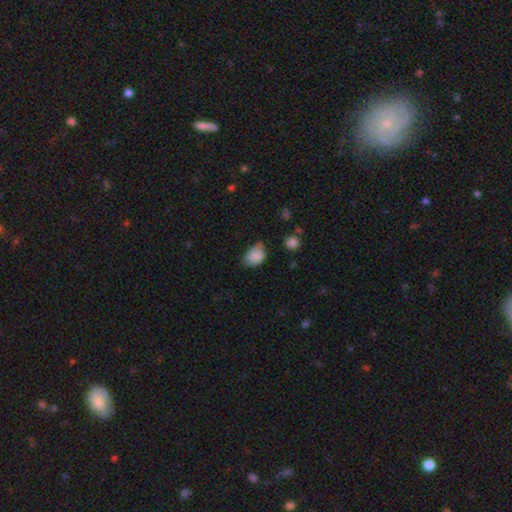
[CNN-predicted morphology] A smooth galaxy with no disk features (85%) that is in between round and cigar-shaped (70%). Merging: none (46%).